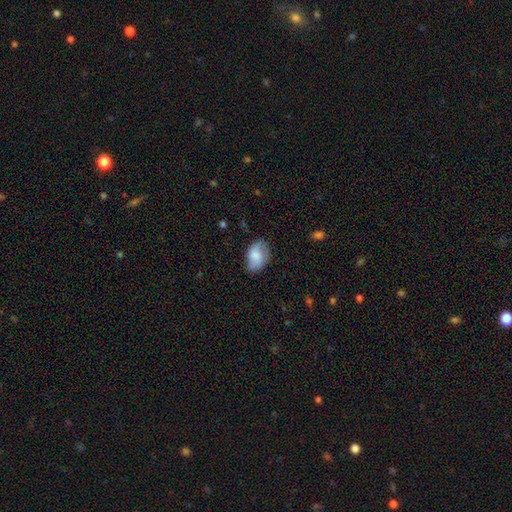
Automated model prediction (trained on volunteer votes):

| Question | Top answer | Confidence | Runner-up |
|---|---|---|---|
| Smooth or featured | smooth | 75% | featured or disk (18%) |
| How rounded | in between | 87% | round (11%) |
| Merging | none | 65% | minor disturbance (27%) |